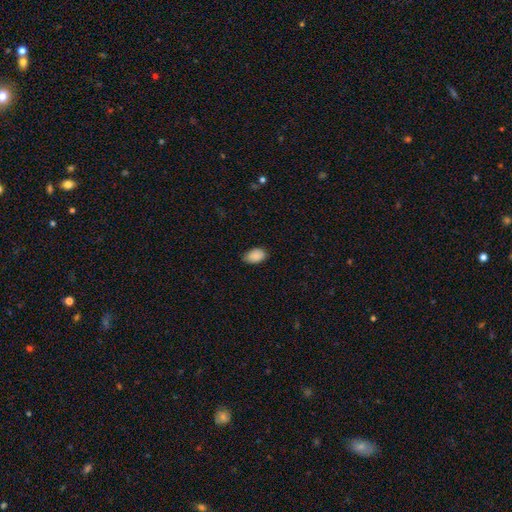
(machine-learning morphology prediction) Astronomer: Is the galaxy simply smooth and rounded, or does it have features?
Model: smooth — 89%.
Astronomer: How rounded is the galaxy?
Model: in between — 91%.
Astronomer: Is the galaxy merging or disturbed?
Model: none — 77%.